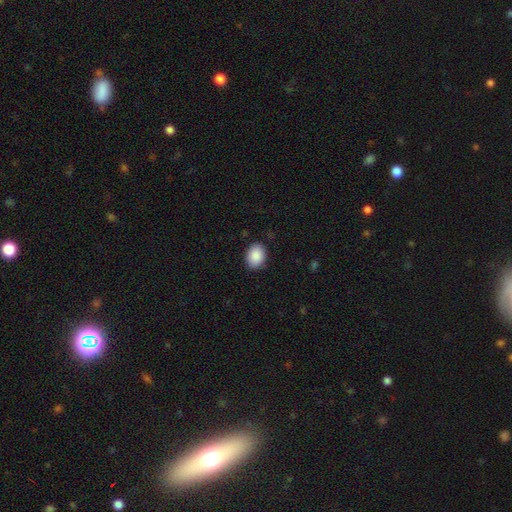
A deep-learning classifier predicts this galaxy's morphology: Smooth or featured? Predicted: smooth (p=0.90). How rounded? Predicted: in between (p=0.67). Merging? Predicted: none (p=0.87).